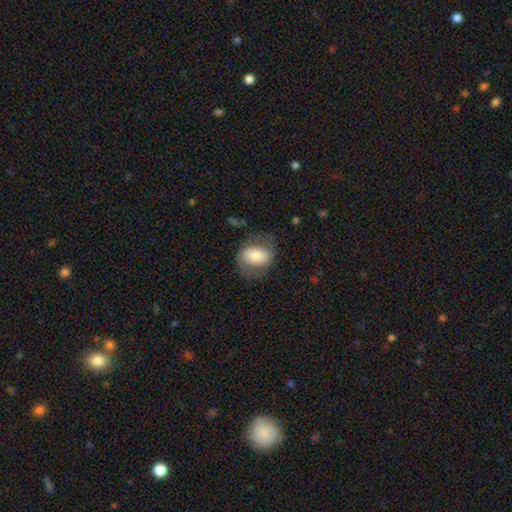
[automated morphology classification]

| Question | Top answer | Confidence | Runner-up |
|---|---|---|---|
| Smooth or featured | smooth | 65% | featured or disk (28%) |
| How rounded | in between | 74% | round (25%) |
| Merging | none | 62% | minor disturbance (22%) |